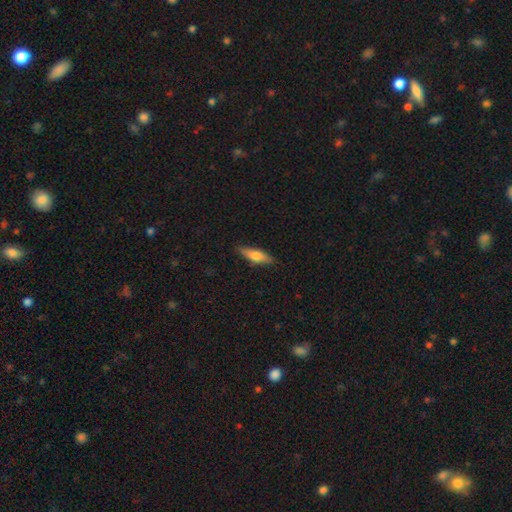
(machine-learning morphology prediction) Q: Smooth or featured?
A: smooth (63%); runner-up: featured or disk (31%)
Q: How rounded?
A: cigar-shaped (57%); runner-up: in between (41%)
Q: Merging?
A: none (86%); runner-up: minor disturbance (11%)